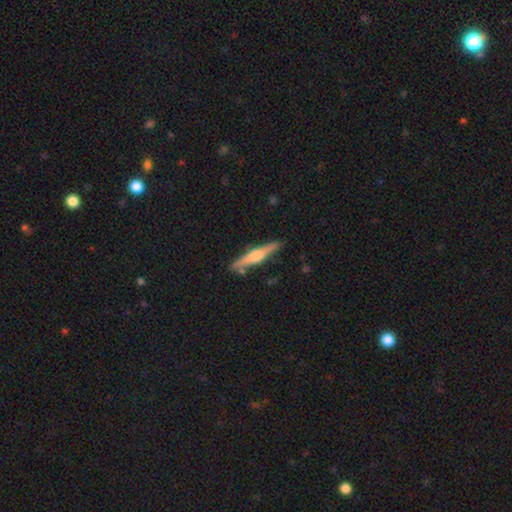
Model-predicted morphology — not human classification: Smooth or featured?
  - featured or disk: 62% *
  - smooth: 33%
  - star or artifact: 5%
Edge-on disk?
  - yes: 97% *
  - no: 3%
Edge-on bulge?
  - rounded: 78% *
  - boxy: 15%
  - none: 7%
Merging?
  - none: 86% *
  - minor disturbance: 10%
  - merger: 3%
  - major disturbance: 2%